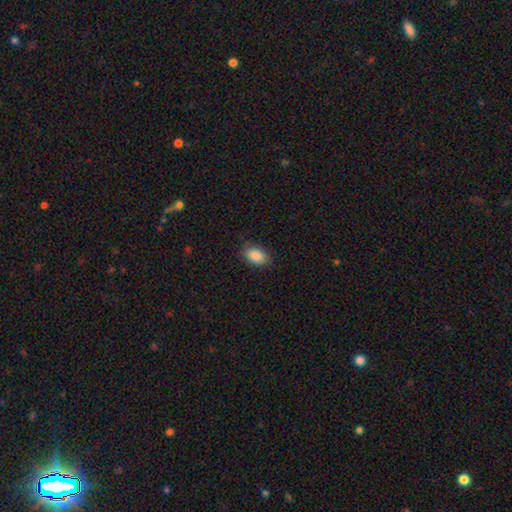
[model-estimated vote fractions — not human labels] Morphology: type=smooth (89%); roundness=in between (90%); merging=none (83%).